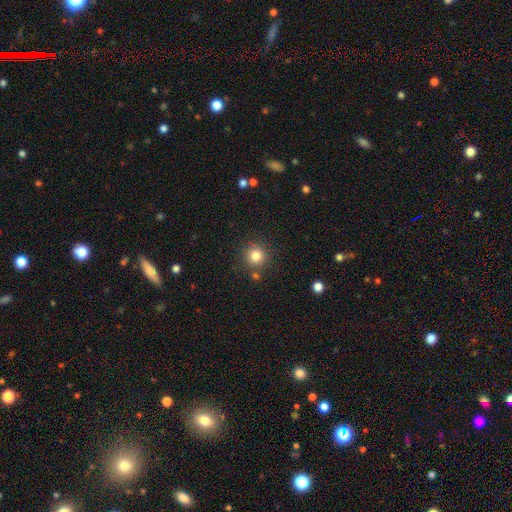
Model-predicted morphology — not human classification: Q: Smooth or featured?
A: smooth (82%); runner-up: star or artifact (12%)
Q: How rounded?
A: round (94%); runner-up: in between (5%)
Q: Merging?
A: none (83%); runner-up: minor disturbance (8%)